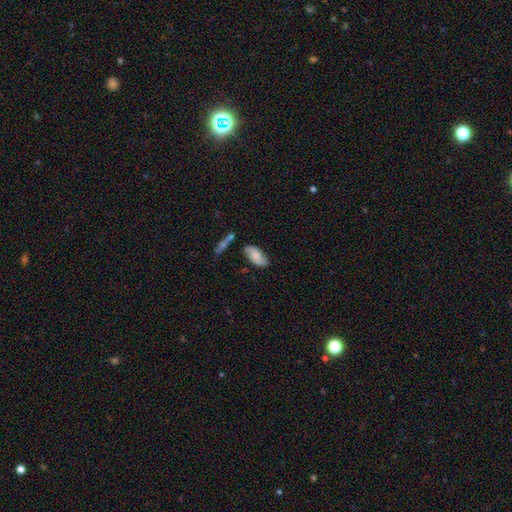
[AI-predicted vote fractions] A smooth galaxy with no disk features (59%) that is in between round and cigar-shaped (88%).

Vote fractions:
- Smooth or featured? smooth: 59% / featured or disk: 34% / star or artifact: 7%
- How rounded? in between: 88% / cigar-shaped: 9% / round: 3%
- Merging? none: 70% / minor disturbance: 19% / merger: 7% / major disturbance: 5%